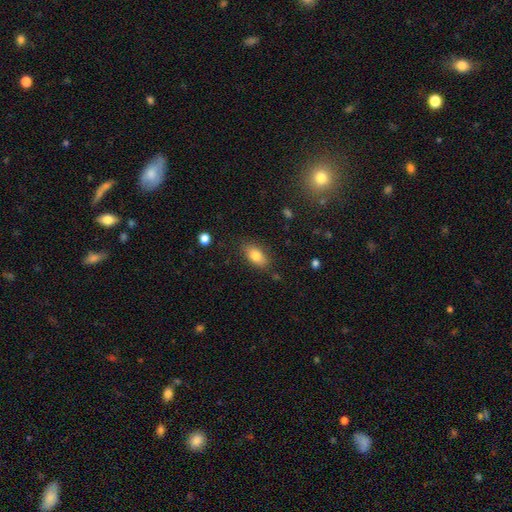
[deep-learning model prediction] Smooth or featured? smooth (79%)
How rounded? in between (88%)
Merging? none (82%)